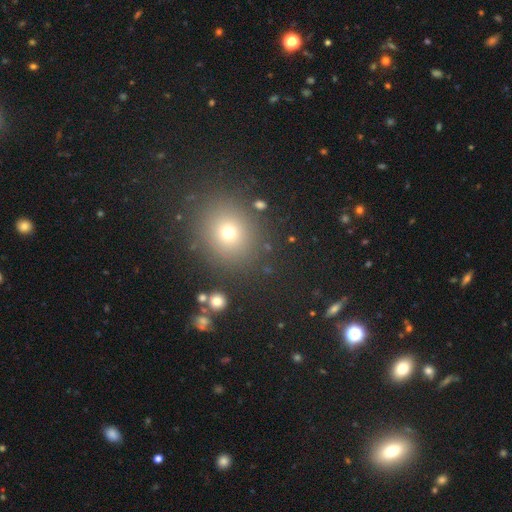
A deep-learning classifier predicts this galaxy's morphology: The model was most divided on "smooth or featured": smooth: 59%, star or artifact: 33%, featured or disk: 8%. More confident: merging — none (88%); how rounded — round (74%).